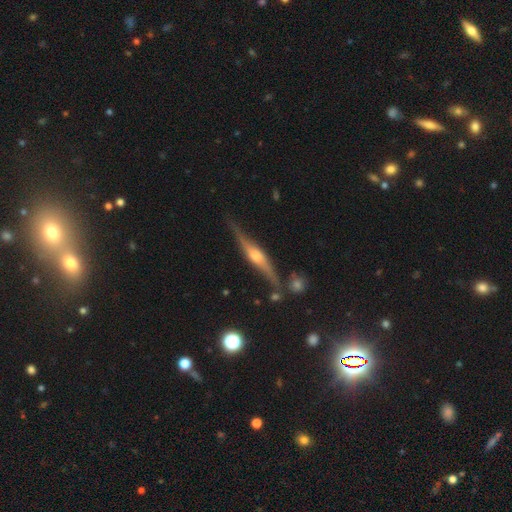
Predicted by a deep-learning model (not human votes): smooth-or-featured: featured or disk: 81% | smooth: 13% | star or artifact: 6%
  disk-edge-on: yes: 94% | no: 6%
    edge-on-bulge: rounded: 86% | boxy: 10% | none: 4%
  merging: none: 75% | minor disturbance: 16% | merger: 5% | major disturbance: 4%